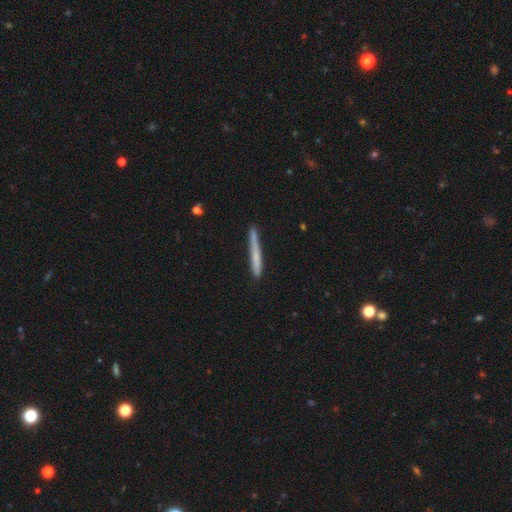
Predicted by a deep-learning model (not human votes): smooth_or_featured: smooth (p=0.63) [alt: featured or disk p=0.30]
how_rounded: cigar-shaped (p=0.97) [alt: in between p=0.02]
merging: none (p=0.82) [alt: minor disturbance p=0.14]